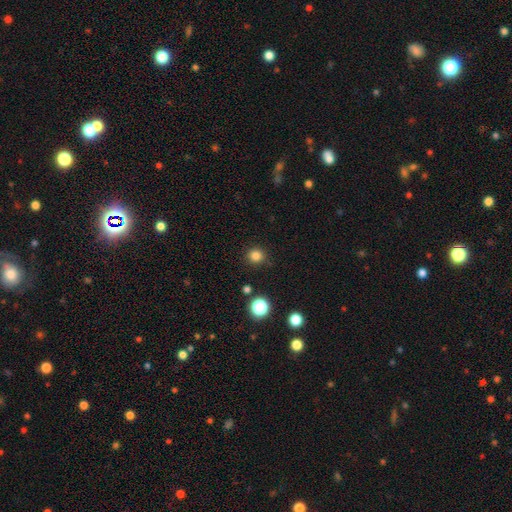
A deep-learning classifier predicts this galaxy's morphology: Smooth or featured?
  - smooth: 82% *
  - star or artifact: 14%
  - featured or disk: 4%
How rounded?
  - round: 92% *
  - in between: 7%
  - cigar-shaped: 1%
Merging?
  - none: 89% *
  - minor disturbance: 7%
  - major disturbance: 2%
  - merger: 2%